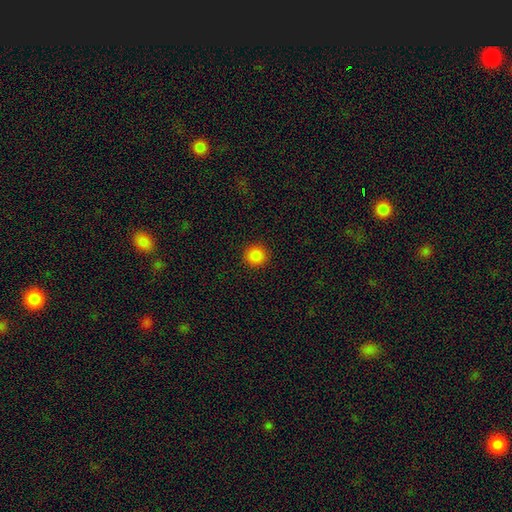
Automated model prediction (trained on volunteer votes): A smooth galaxy with no disk features (87%) that is round (93%).

Vote fractions:
- Smooth or featured? smooth: 87% / star or artifact: 11% / featured or disk: 3%
- How rounded? round: 93% / in between: 6% / cigar-shaped: 1%
- Merging? none: 92% / minor disturbance: 5% / major disturbance: 2% / merger: 1%